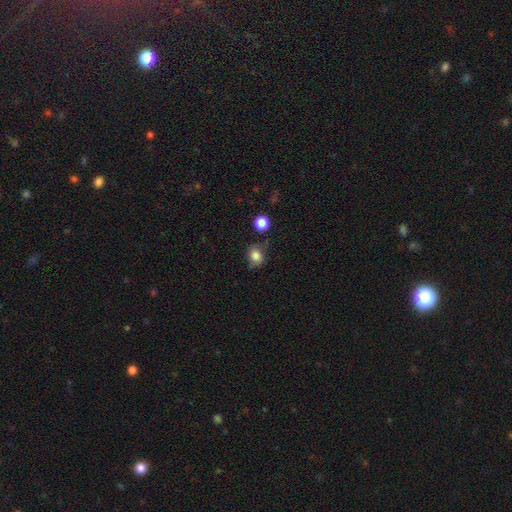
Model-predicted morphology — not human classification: type=smooth (81%); roundness=round (64%); merging=none (62%).